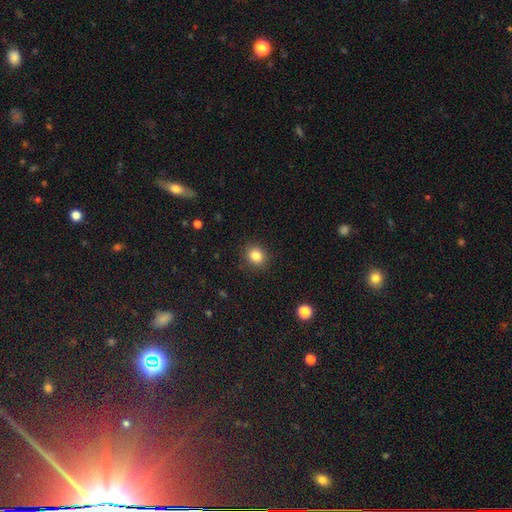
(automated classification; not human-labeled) Morphology: type=smooth (84%); roundness=round (78%); merging=none (89%).